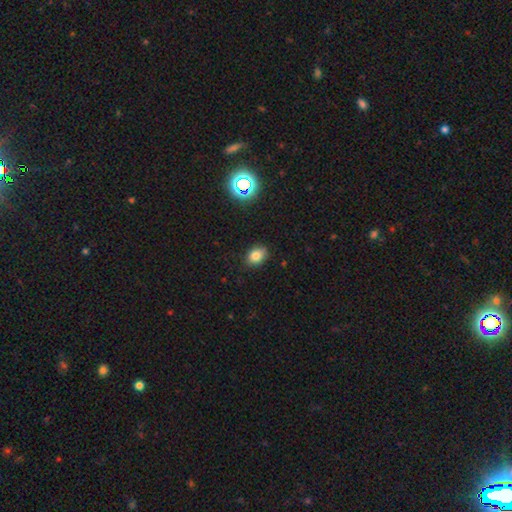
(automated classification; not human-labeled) Overall: smooth (80%). How rounded: in between (71%). Merging: none (84%).